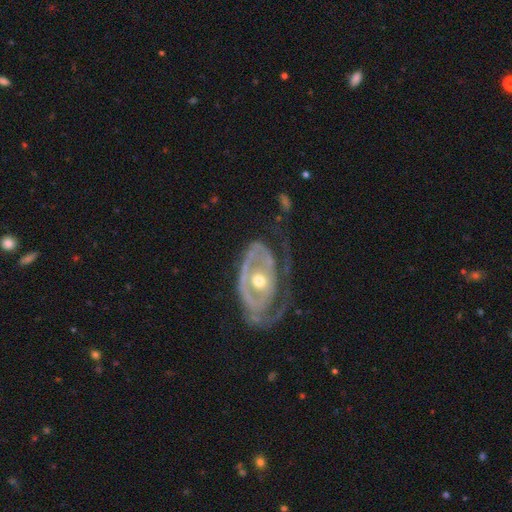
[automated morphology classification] Smooth or featured? Predicted: featured or disk (p=0.83). Edge-on disk? Predicted: no (p=0.95). Bar? Predicted: no (p=0.69). Spiral arms? Predicted: yes (p=0.69). Spiral winding? Predicted: tight (p=0.55). Spiral arm count? Predicted: 2 (p=0.37). Bulge size? Predicted: moderate (p=0.69). Merging? Predicted: none (p=0.47).